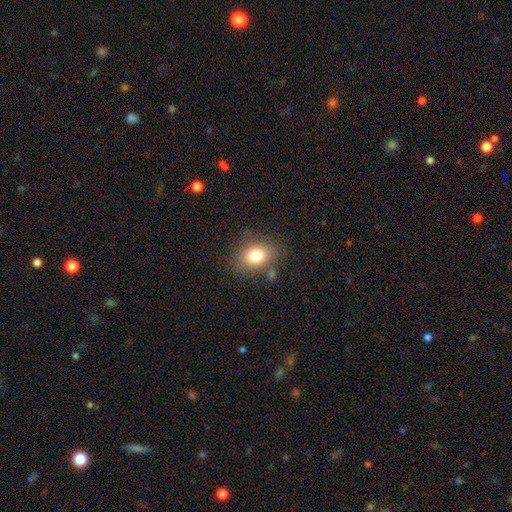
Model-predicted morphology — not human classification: Overall: smooth (79%). How rounded: in between (66%; round 33%). Merging: none (74%).